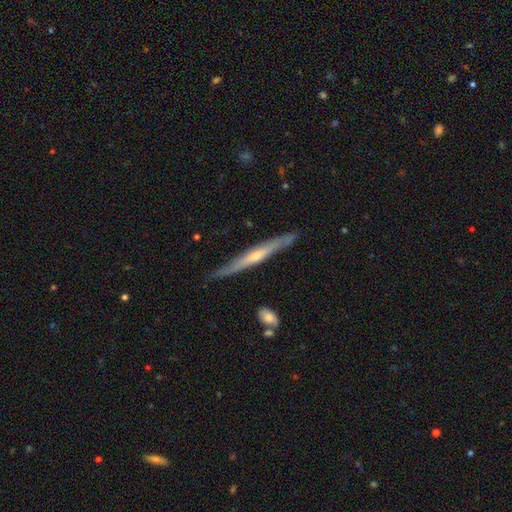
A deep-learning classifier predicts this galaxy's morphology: Q: Smooth or featured?
A: featured or disk (68%); runner-up: smooth (26%)
Q: Edge-on disk?
A: yes (93%); runner-up: no (7%)
Q: Edge-on bulge?
A: rounded (56%); runner-up: none (37%)
Q: Merging?
A: none (82%); runner-up: minor disturbance (13%)